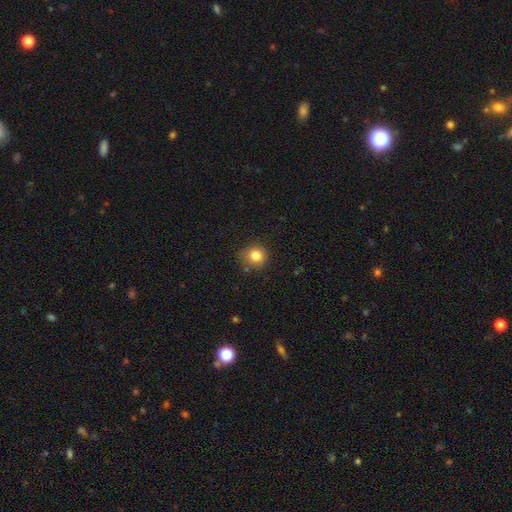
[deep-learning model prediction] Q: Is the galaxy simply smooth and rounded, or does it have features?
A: smooth — 82%.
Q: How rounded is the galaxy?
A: round — 86%.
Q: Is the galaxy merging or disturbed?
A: none — 77%.